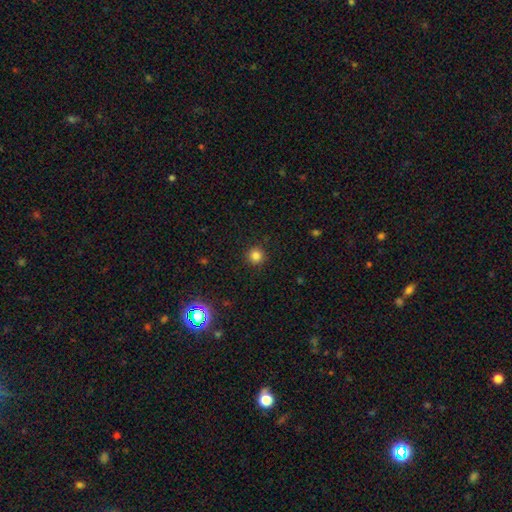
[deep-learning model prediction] A smooth galaxy with no disk features (82%) that is round (95%).

Vote fractions:
- Smooth or featured? smooth: 82% / star or artifact: 14% / featured or disk: 4%
- How rounded? round: 95% / in between: 4% / cigar-shaped: 1%
- Merging? none: 91% / minor disturbance: 6% / major disturbance: 2% / merger: 1%